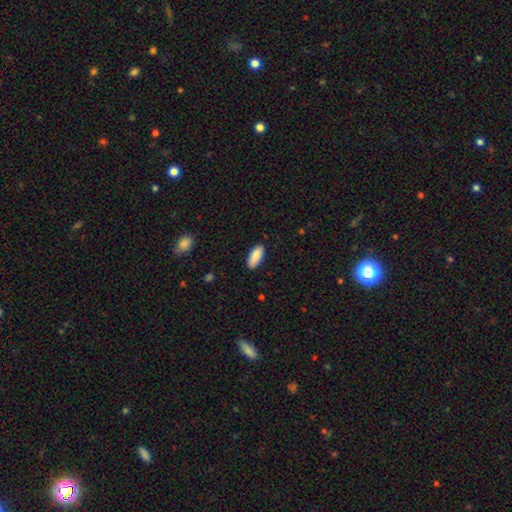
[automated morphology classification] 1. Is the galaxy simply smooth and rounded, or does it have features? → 87% smooth, 7% featured or disk, 6% star or artifact.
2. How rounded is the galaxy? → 83% in between, 15% cigar-shaped, 2% round.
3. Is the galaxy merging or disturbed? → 86% none, 11% minor disturbance, 2% major disturbance, 1% merger.